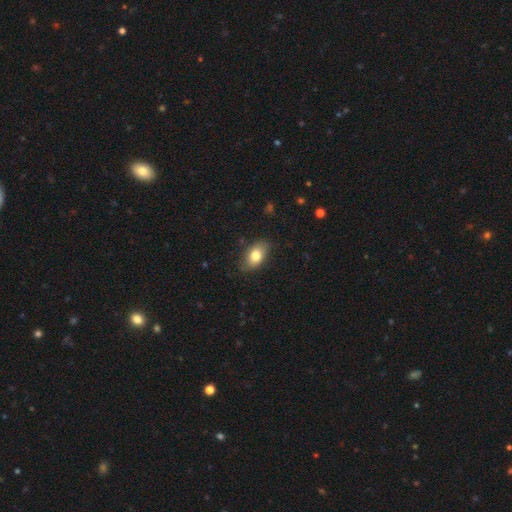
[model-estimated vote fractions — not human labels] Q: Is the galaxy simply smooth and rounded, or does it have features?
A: smooth — 78%.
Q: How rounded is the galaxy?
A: in between — 88%.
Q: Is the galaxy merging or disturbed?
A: none — 81%.